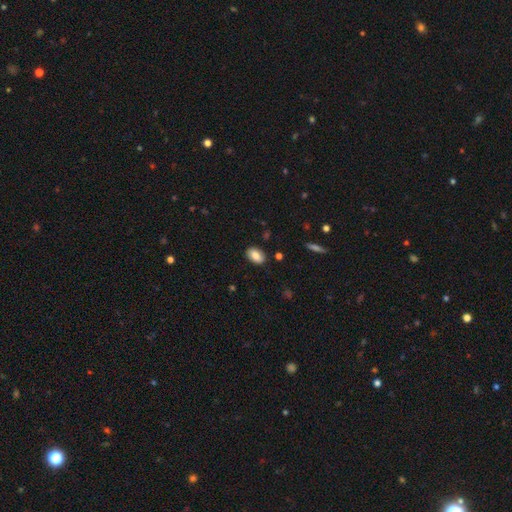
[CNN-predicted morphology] A smooth galaxy with no disk features (82%) that is in between round and cigar-shaped (90%). Merging: none (87%).